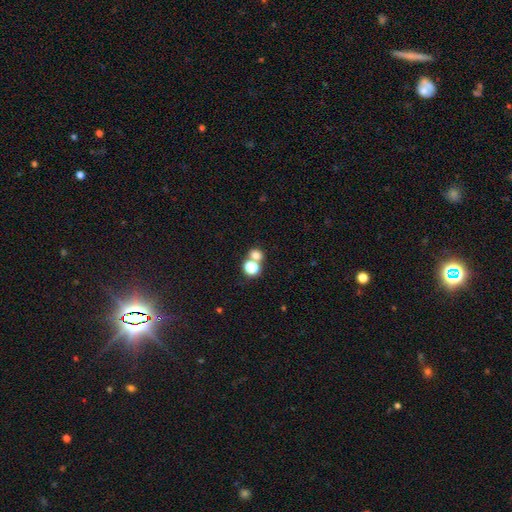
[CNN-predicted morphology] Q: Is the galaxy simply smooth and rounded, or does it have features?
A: smooth — 71%.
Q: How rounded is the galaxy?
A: round — 71%.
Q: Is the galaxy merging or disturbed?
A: none — 48%.